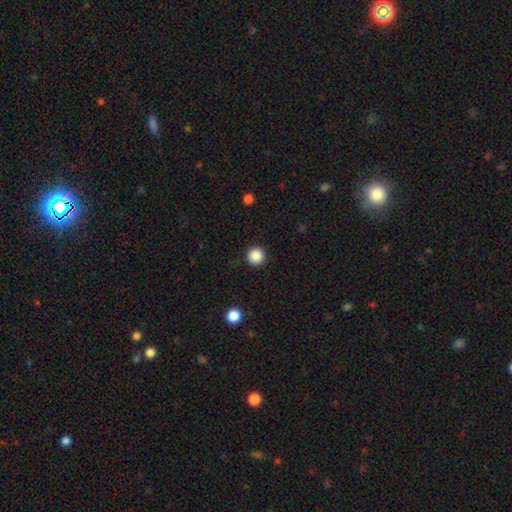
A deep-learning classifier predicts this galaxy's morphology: Overall: smooth (87%). How rounded: round (96%). Merging: none (92%).